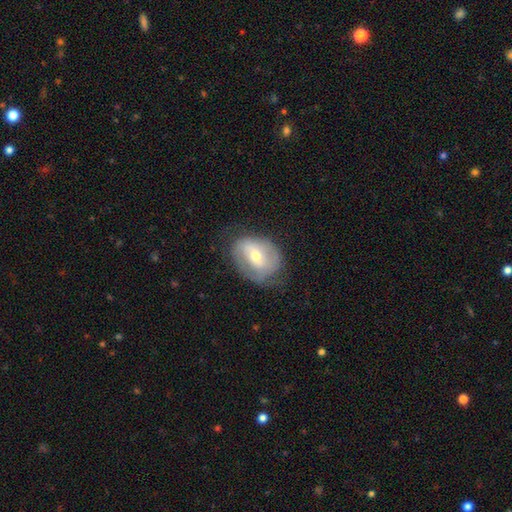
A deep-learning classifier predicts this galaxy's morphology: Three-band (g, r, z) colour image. It shows a featured or disk galaxy (62%) with a weak bar (43%), spiral arms (72%) and a moderate central bulge (59%). Merging: none (69%).